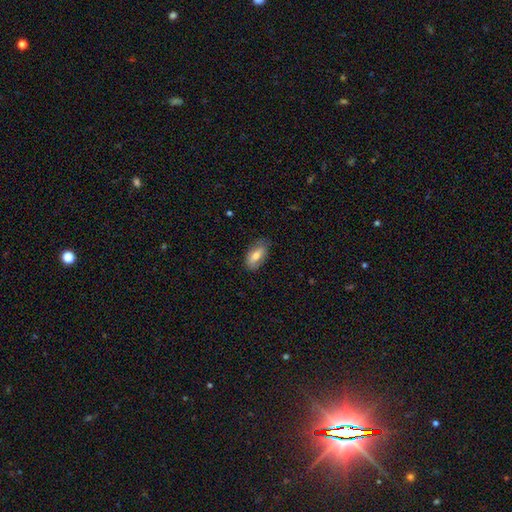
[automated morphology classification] smooth_or_featured: smooth (p=0.69) [alt: featured or disk p=0.25]
how_rounded: in between (p=0.90) [alt: cigar-shaped p=0.06]
merging: none (p=0.77) [alt: minor disturbance p=0.18]